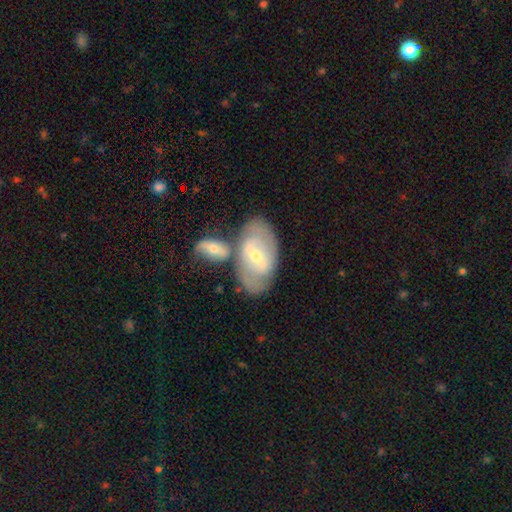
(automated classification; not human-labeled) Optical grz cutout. It shows a featured or disk galaxy (69%) with a weak bar (47%), spiral arms (72%) and a small central bulge (56%). Merging: none (51%).